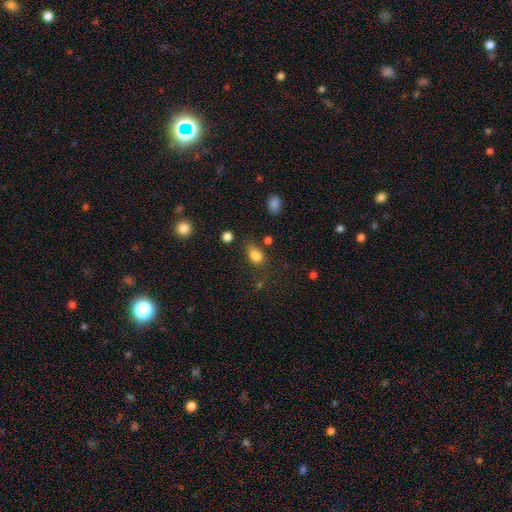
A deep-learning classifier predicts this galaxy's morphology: Smooth or featured? Predicted: smooth (p=0.82). How rounded? Predicted: in between (p=0.78). Merging? Predicted: none (p=0.57).